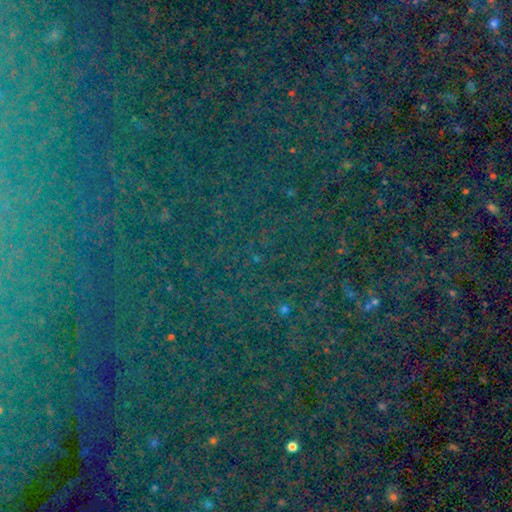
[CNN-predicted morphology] Smooth or featured? Predicted: star or artifact (p=0.83).